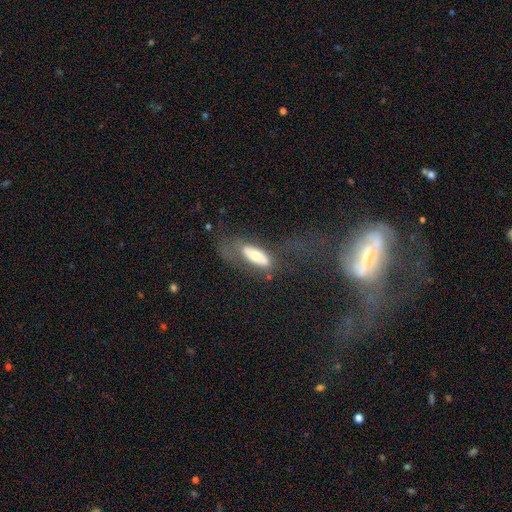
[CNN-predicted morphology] type=smooth (54%); roundness=in between (67%); merging=none (37%).